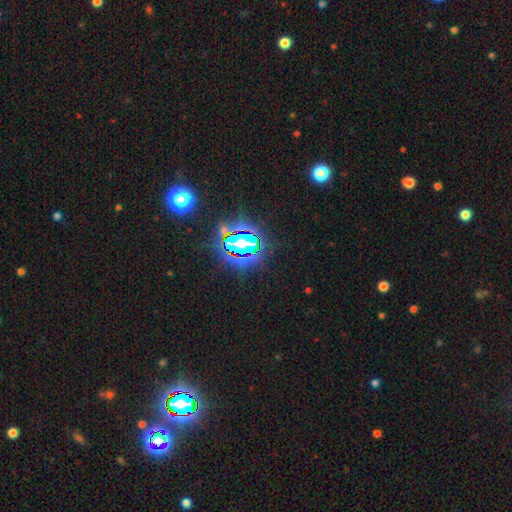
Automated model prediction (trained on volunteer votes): Smooth or featured? Predicted: star or artifact (p=0.83).